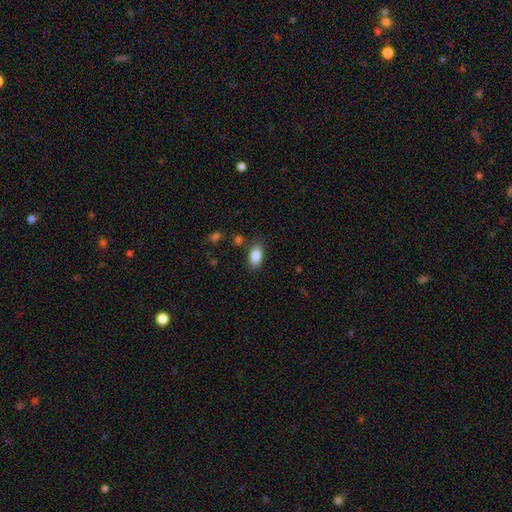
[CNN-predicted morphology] smooth_or_featured: smooth (p=0.86) [alt: star or artifact p=0.08]
how_rounded: in between (p=0.90) [alt: round p=0.06]
merging: none (p=0.81) [alt: minor disturbance p=0.12]